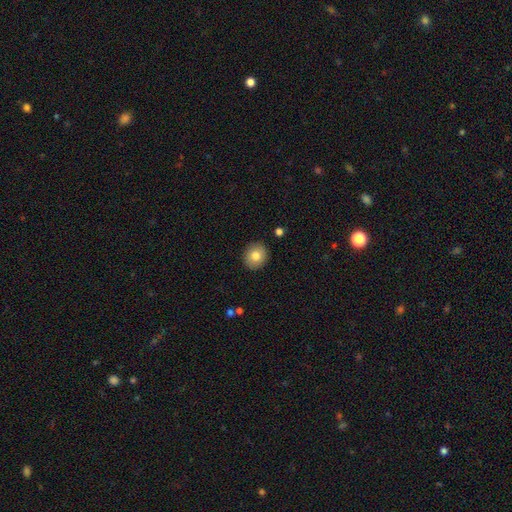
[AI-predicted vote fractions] Q: Smooth or featured?
A: smooth (81%); runner-up: featured or disk (11%)
Q: How rounded?
A: round (79%); runner-up: in between (20%)
Q: Merging?
A: none (90%); runner-up: minor disturbance (7%)